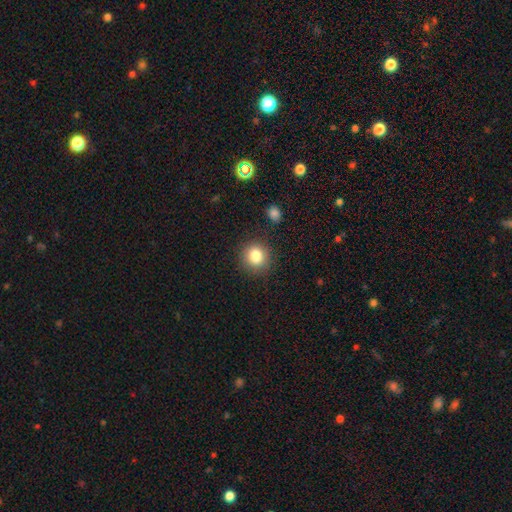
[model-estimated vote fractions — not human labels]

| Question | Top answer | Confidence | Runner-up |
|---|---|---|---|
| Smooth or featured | smooth | 83% | star or artifact (10%) |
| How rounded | round | 87% | in between (12%) |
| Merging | none | 85% | minor disturbance (9%) |